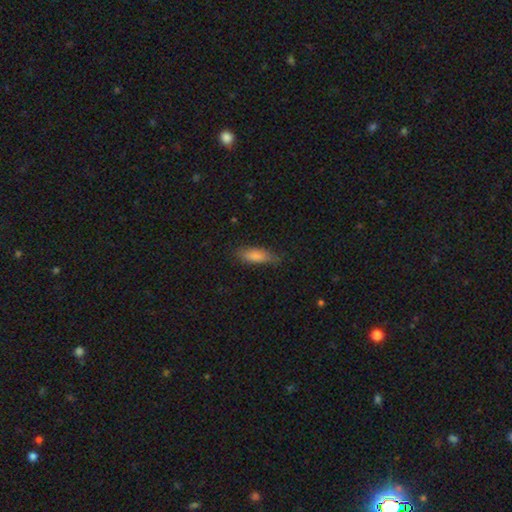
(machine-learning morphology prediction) A smooth galaxy with no disk features (84%) that is in between round and cigar-shaped (61%).

Vote fractions:
- Smooth or featured? smooth: 84% / featured or disk: 9% / star or artifact: 7%
- How rounded? in between: 61% / cigar-shaped: 37% / round: 2%
- Merging? none: 73% / minor disturbance: 21% / major disturbance: 5% / merger: 1%